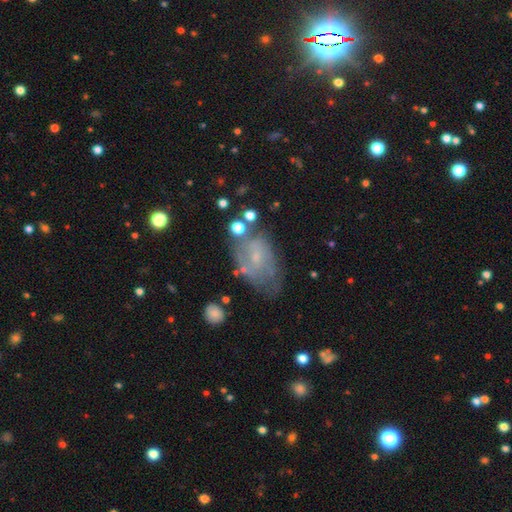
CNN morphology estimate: This appears to be a featured or disk galaxy (59%) with no bar (61%), spiral arms (68%) and a small central bulge (74%). Merging: none (51%).